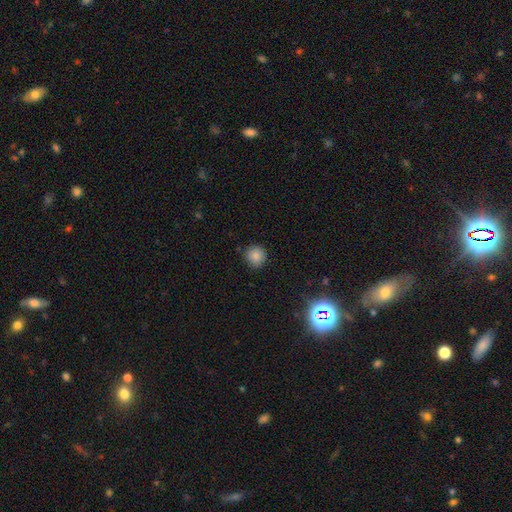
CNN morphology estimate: A smooth galaxy with no disk features (84%) that is round (93%). Merging: none (88%).